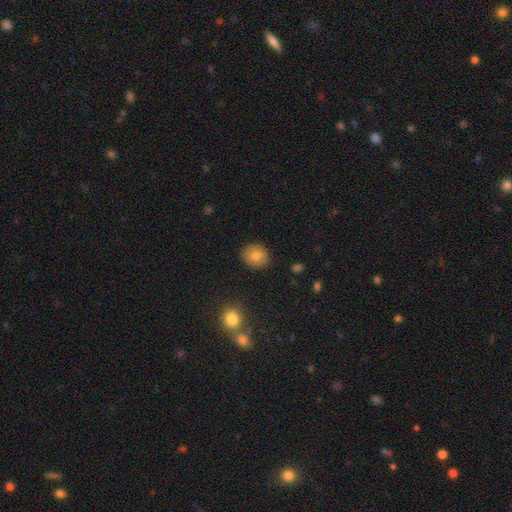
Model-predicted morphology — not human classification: Smooth or featured: smooth — 81% (featured or disk — 9%)
How rounded: round — 77% (in between — 22%)
Merging: none — 89% (minor disturbance — 8%)